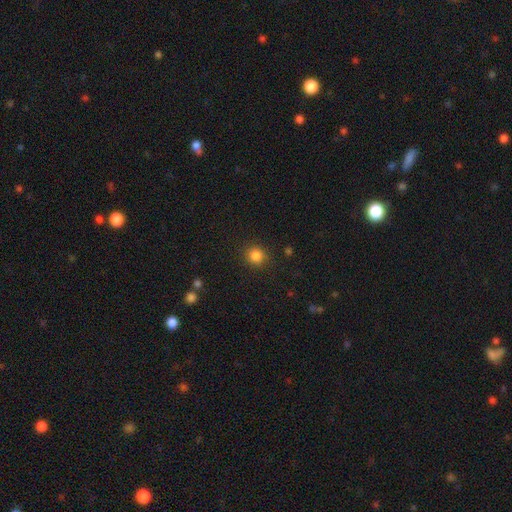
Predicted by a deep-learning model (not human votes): Smooth or featured? Predicted: smooth (p=0.85). How rounded? Predicted: round (p=0.92). Merging? Predicted: none (p=0.89).